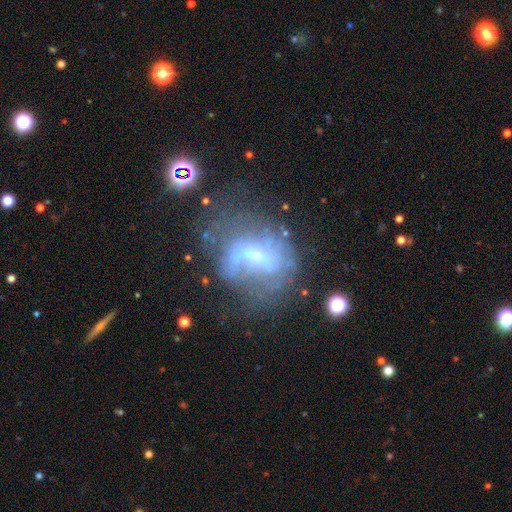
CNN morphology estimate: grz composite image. It shows a featured or disk galaxy (59%) with no bar (67%), no spiral arms (65%) and a small central bulge (73%). Merging: major disturbance (31%, tied with none).